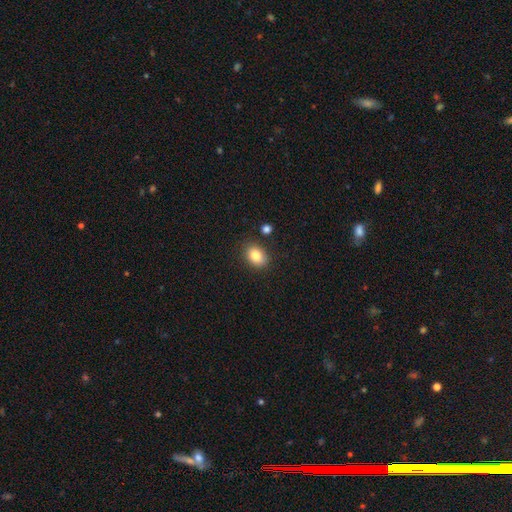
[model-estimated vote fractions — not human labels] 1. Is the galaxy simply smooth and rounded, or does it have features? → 82% smooth, 9% star or artifact, 9% featured or disk.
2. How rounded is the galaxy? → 64% in between, 35% round, 1% cigar-shaped.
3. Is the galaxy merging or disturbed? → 84% none, 10% minor disturbance, 3% merger, 2% major disturbance.